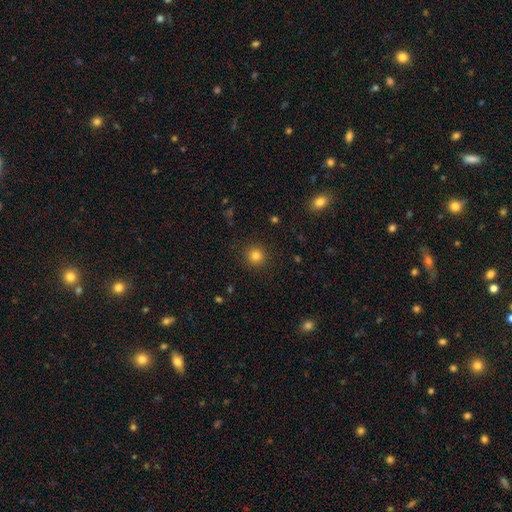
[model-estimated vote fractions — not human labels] Morphology: type=smooth (82%); roundness=round (94%); merging=none (91%).